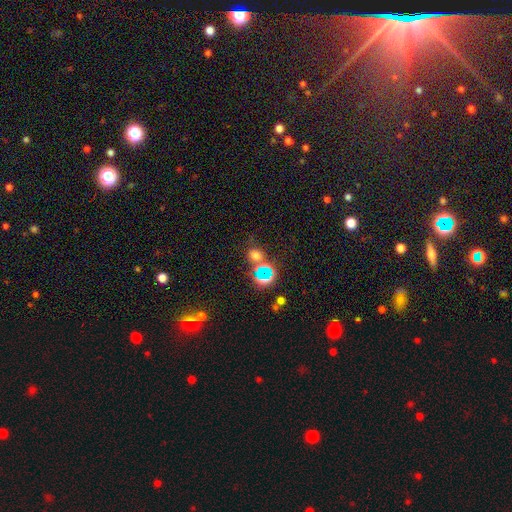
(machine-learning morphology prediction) Q: Smooth or featured?
A: smooth (55%); runner-up: star or artifact (37%)
Q: How rounded?
A: round (71%); runner-up: in between (27%)
Q: Merging?
A: none (65%); runner-up: merger (18%)